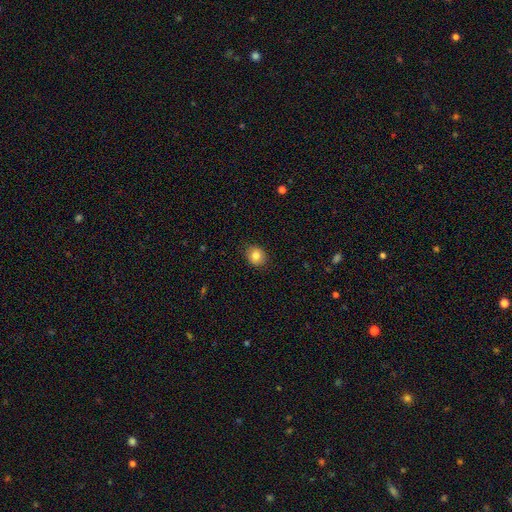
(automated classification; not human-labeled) smooth 83%, star or artifact 10%, featured or disk 7%. Down the decision tree: how rounded — round (75%); merging — none (88%).